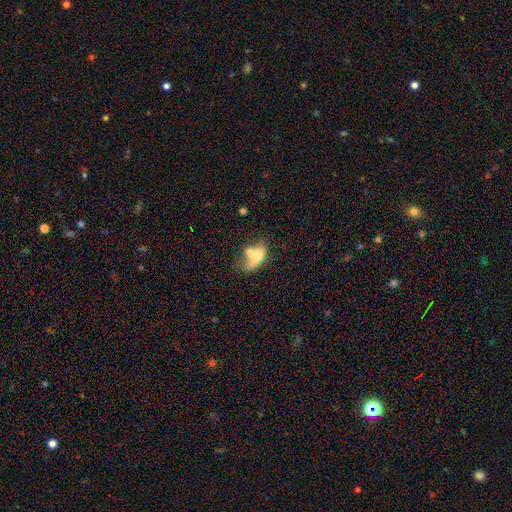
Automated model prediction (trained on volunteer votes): Q: Smooth or featured?
A: smooth (66%); runner-up: featured or disk (25%)
Q: How rounded?
A: in between (82%); runner-up: cigar-shaped (10%)
Q: Merging?
A: merger (45%); runner-up: none (27%)